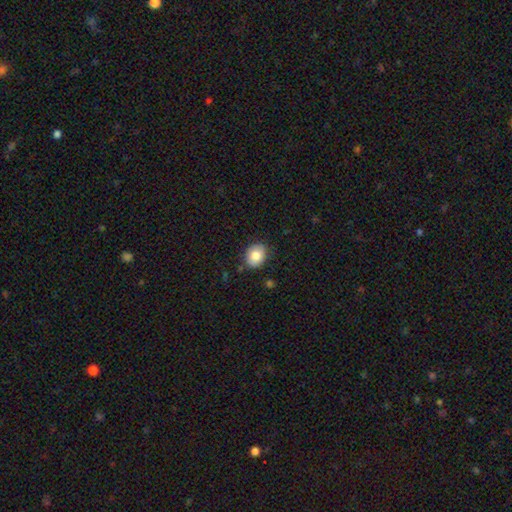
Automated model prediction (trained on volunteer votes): This appears to be a smooth galaxy with no disk features (81%) that is round (53%). Merging: none (83%).